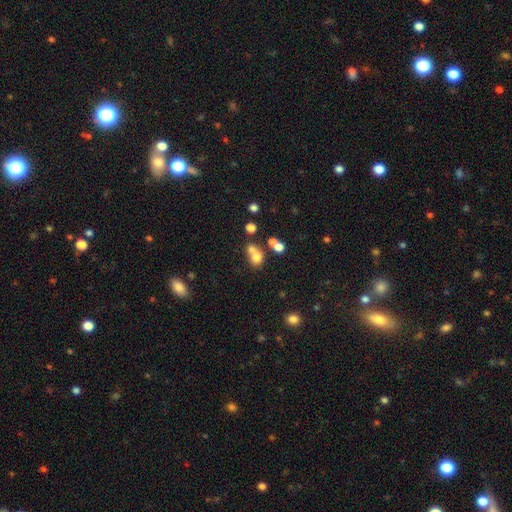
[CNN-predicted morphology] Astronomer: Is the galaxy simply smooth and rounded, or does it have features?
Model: smooth — 69%.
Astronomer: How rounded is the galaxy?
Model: round — 67%.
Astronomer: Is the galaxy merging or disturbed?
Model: merger — 52% (runner-up: none, 35%).